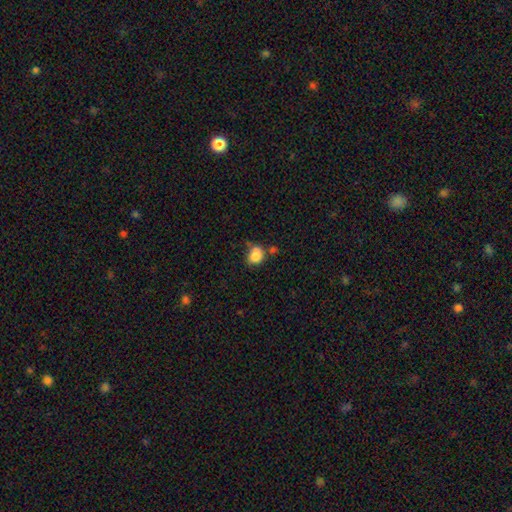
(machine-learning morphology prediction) smooth-or-featured: smooth: 82% | star or artifact: 10% | featured or disk: 9%
  how-rounded: round: 53% | in between: 46% | cigar-shaped: 1%
  merging: none: 46% | minor disturbance: 24% | merger: 21% | major disturbance: 9%